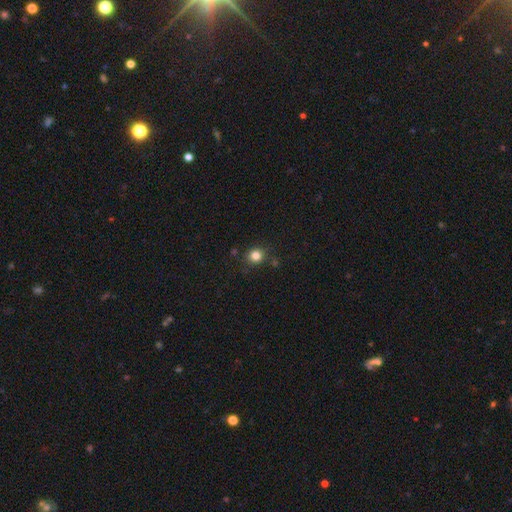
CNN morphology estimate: smooth_or_featured: smooth (p=0.82) [alt: star or artifact p=0.13]
how_rounded: round (p=0.86) [alt: in between p=0.13]
merging: none (p=0.83) [alt: minor disturbance p=0.10]